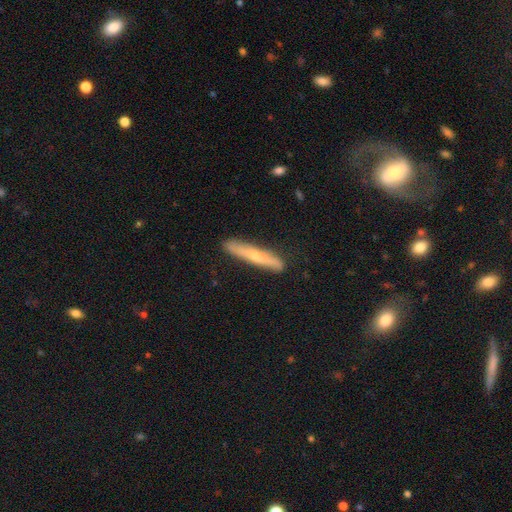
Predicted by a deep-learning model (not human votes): smooth-or-featured: featured or disk: 48% | smooth: 46% | star or artifact: 6%
  merging: none: 86% | minor disturbance: 11% | major disturbance: 2% | merger: 1%